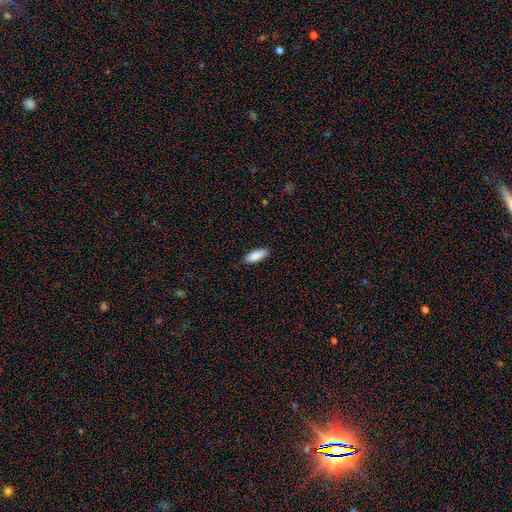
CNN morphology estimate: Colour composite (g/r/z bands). It shows a smooth galaxy with no disk features (87%) that is in between round and cigar-shaped (62%). Merging: none (85%).